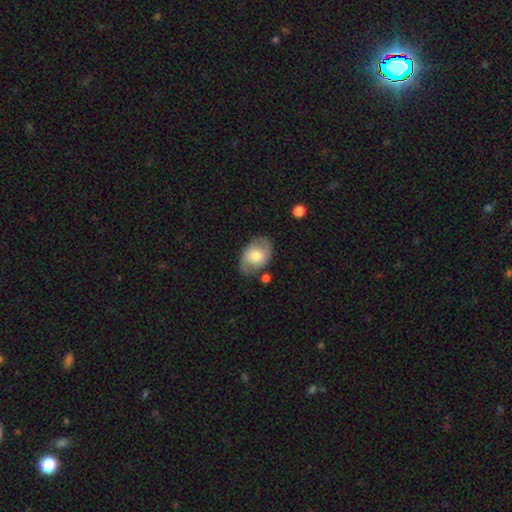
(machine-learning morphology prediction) type=smooth (57%); roundness=in between (82%); merging=none (68%).